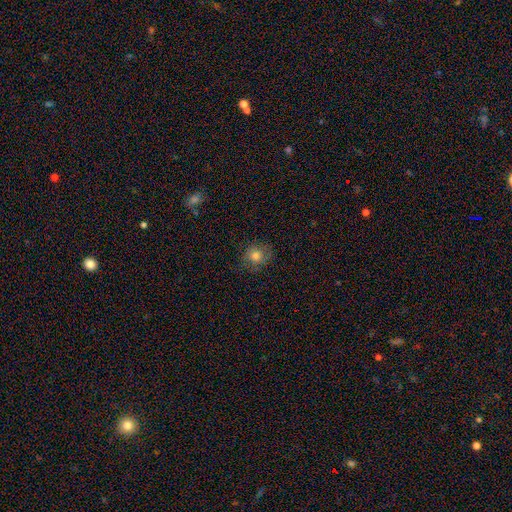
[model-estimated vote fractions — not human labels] smooth_or_featured: smooth (p=0.76) [alt: star or artifact p=0.12]
how_rounded: round (p=0.85) [alt: in between p=0.14]
merging: none (p=0.79) [alt: minor disturbance p=0.15]